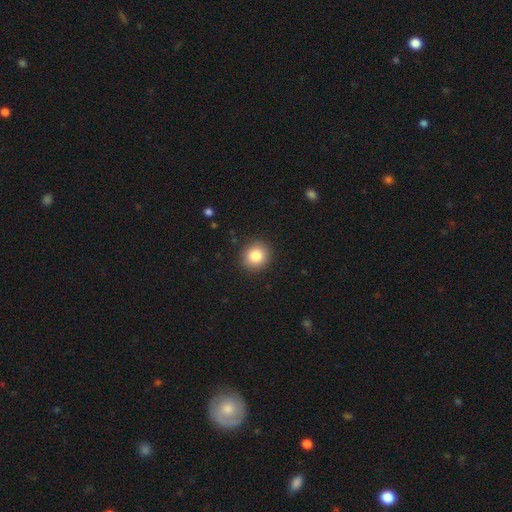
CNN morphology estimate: This is clearly a smooth galaxy (84%). How rounded: clearly round (85%). Merging: clearly none (91%).